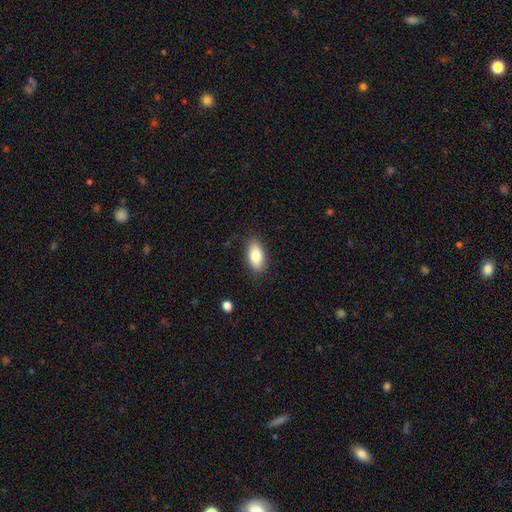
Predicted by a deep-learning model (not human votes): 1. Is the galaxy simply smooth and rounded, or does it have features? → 81% smooth, 12% featured or disk, 7% star or artifact.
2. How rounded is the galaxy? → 91% in between, 5% cigar-shaped, 4% round.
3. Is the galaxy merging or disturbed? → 86% none, 11% minor disturbance, 3% major disturbance, 1% merger.